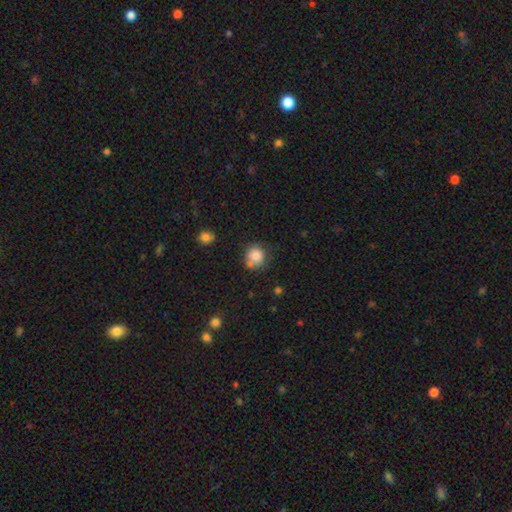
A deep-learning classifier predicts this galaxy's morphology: Q: Smooth or featured?
A: smooth (79%); runner-up: star or artifact (11%)
Q: How rounded?
A: round (87%); runner-up: in between (12%)
Q: Merging?
A: none (62%); runner-up: merger (18%)